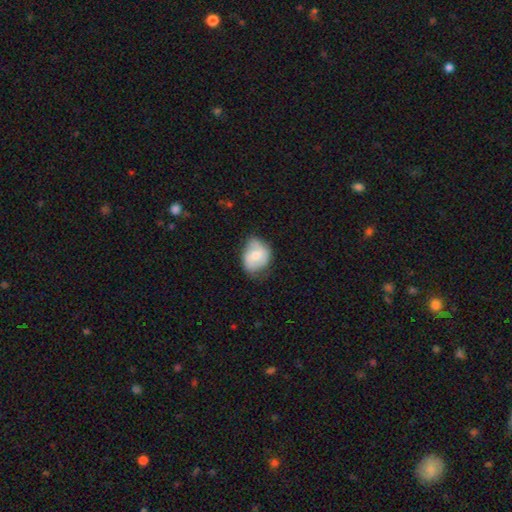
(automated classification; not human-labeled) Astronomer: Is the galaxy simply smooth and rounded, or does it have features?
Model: smooth — 58% (runner-up: featured or disk, 35%).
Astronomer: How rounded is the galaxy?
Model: in between — 59% (runner-up: round, 40%).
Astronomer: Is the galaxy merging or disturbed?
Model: none — 52% (runner-up: minor disturbance, 36%).